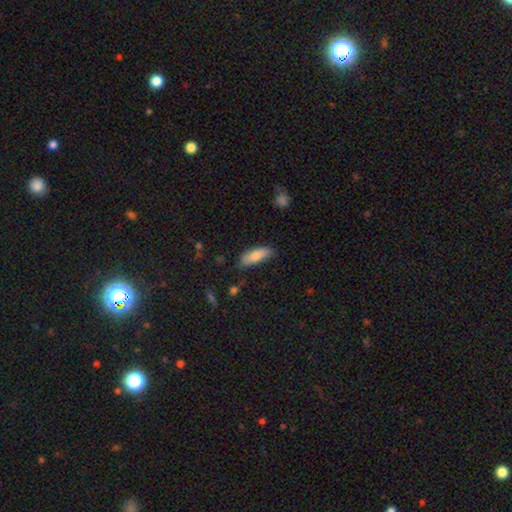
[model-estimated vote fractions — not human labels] smooth_or_featured: smooth (p=0.80) [alt: featured or disk p=0.14]
how_rounded: in between (p=0.64) [alt: cigar-shaped p=0.34]
merging: none (p=0.81) [alt: minor disturbance p=0.15]